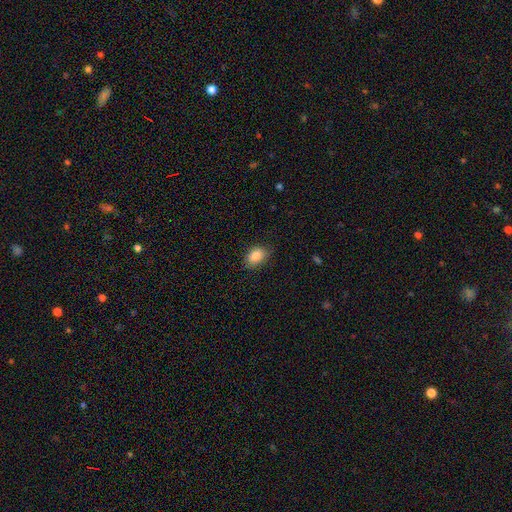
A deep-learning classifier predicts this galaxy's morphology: A smooth galaxy with no disk features (86%) that is in between round and cigar-shaped (84%).

Vote fractions:
- Smooth or featured? smooth: 86% / star or artifact: 8% / featured or disk: 6%
- How rounded? in between: 84% / round: 15% / cigar-shaped: 1%
- Merging? none: 81% / minor disturbance: 15% / major disturbance: 3% / merger: 1%